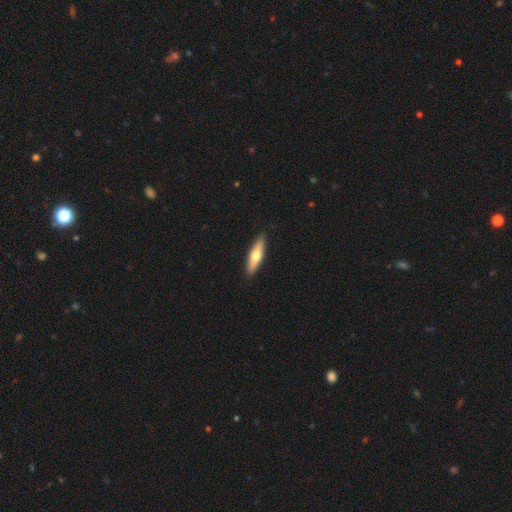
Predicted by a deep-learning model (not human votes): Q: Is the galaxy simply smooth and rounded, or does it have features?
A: smooth — 55%.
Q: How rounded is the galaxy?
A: cigar-shaped — 65%.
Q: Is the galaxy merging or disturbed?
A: none — 90%.